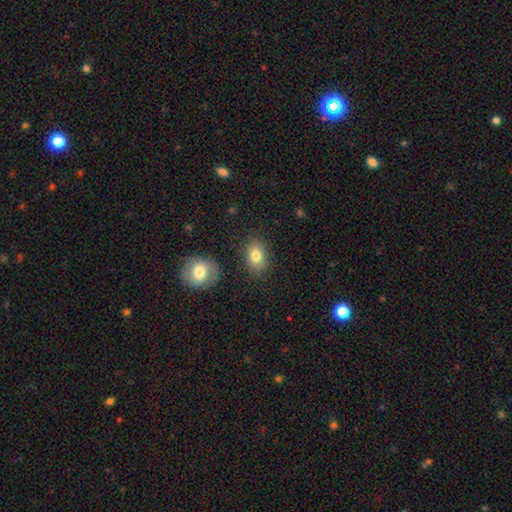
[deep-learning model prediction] Smooth or featured? Predicted: smooth (p=0.80). How rounded? Predicted: in between (p=0.75). Merging? Predicted: none (p=0.82).